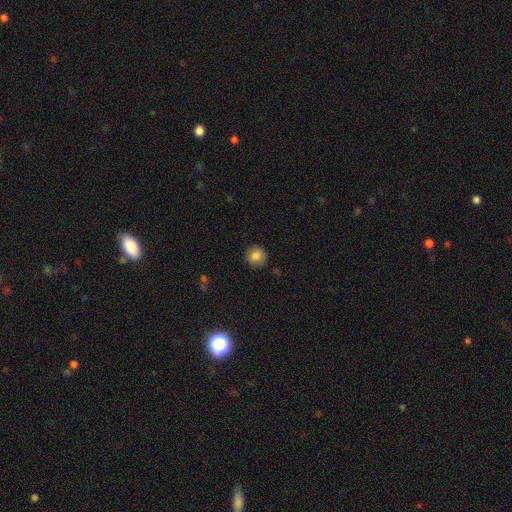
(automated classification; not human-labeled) A smooth galaxy with no disk features (84%) that is round (94%). Merging: none (88%).